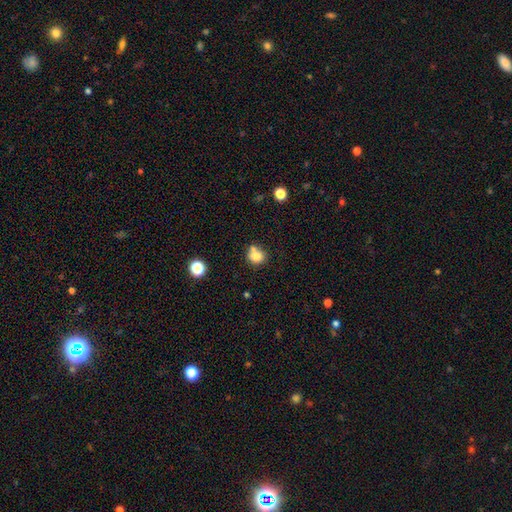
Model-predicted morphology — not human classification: Smooth or featured?
  - smooth: 79% *
  - star or artifact: 11%
  - featured or disk: 10%
How rounded?
  - round: 81% *
  - in between: 18%
  - cigar-shaped: 1%
Merging?
  - none: 54% *
  - merger: 28%
  - minor disturbance: 14%
  - major disturbance: 4%